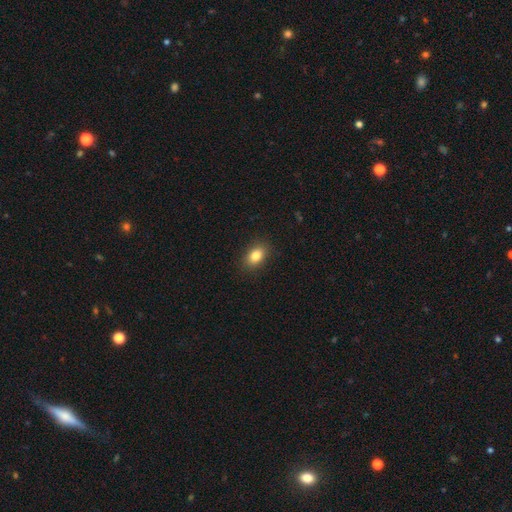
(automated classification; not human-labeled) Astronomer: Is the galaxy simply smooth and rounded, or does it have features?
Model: smooth — 84%.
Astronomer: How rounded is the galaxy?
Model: in between — 79%.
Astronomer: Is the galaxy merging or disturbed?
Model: none — 88%.